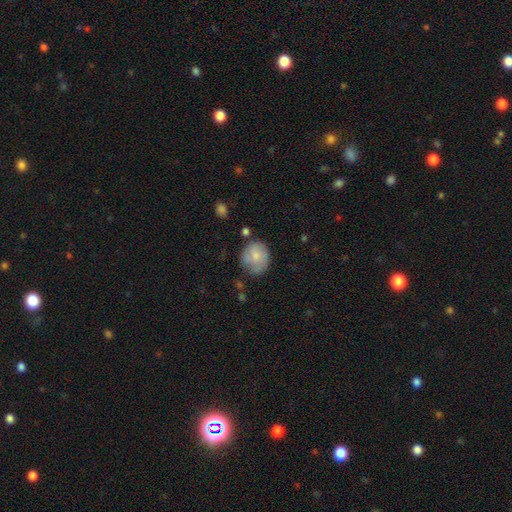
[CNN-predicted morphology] Overall: smooth (70%). How rounded: round (75%). Merging: none (54%; minor disturbance 30%).